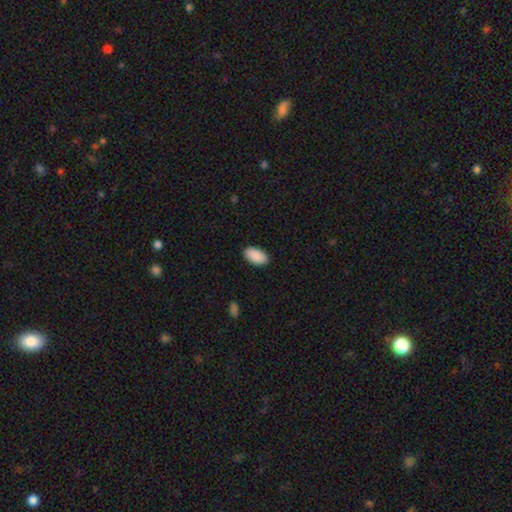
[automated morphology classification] Smooth or featured? Predicted: smooth (p=0.91). How rounded? Predicted: in between (p=0.96). Merging? Predicted: none (p=0.89).